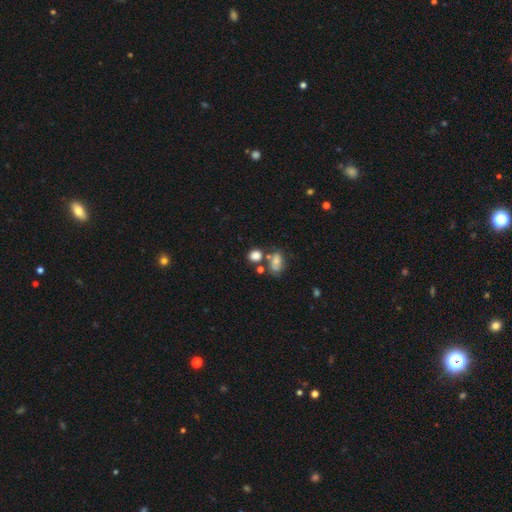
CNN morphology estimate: The model was most divided on "how rounded": round: 62%, in between: 37%, cigar-shaped: 1%. More confident: smooth or featured — smooth (79%); merging — none (56%).